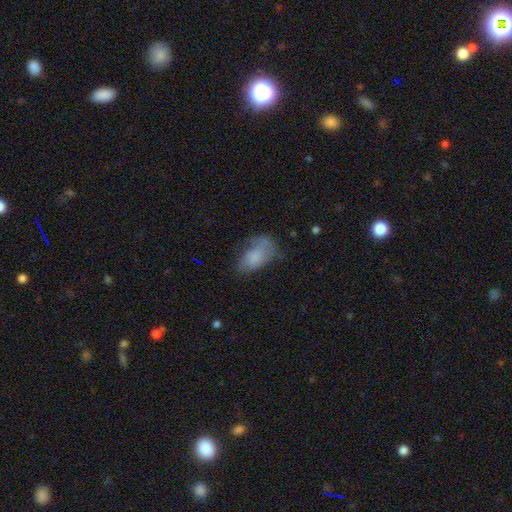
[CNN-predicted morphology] Q: Smooth or featured?
A: smooth (66%); runner-up: featured or disk (25%)
Q: How rounded?
A: in between (91%); runner-up: round (6%)
Q: Merging?
A: none (39%); runner-up: minor disturbance (31%)